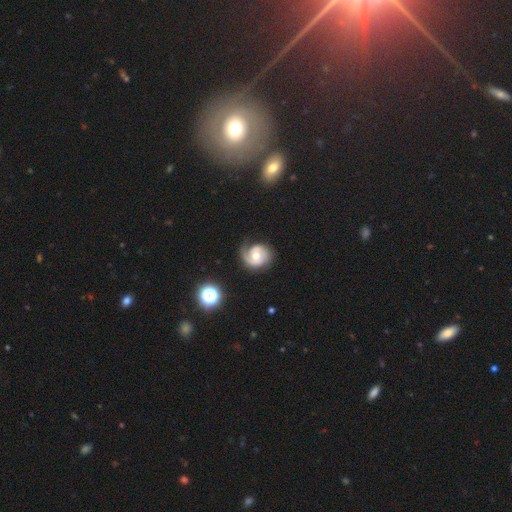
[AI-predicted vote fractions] Morphology: type=featured or disk (78%); edge-on=no (98%); bar=no (62%); spiral arms=yes (93%); winding=tight (47%); arm count=2 (55%); bulge=moderate (73%); merging=none (64%).